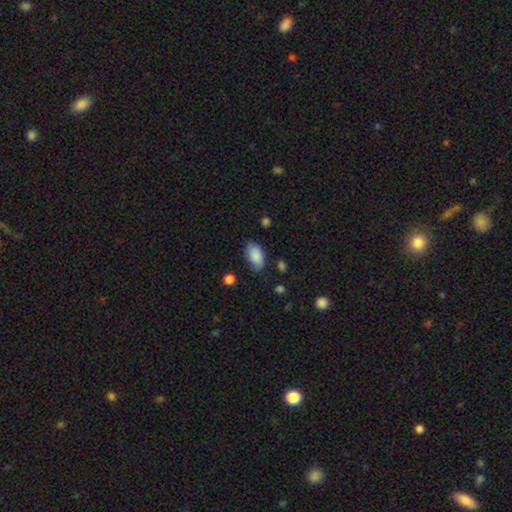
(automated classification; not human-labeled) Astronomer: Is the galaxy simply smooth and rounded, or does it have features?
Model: smooth — 88%.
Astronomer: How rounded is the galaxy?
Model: in between — 94%.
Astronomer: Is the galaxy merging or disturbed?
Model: none — 74%.